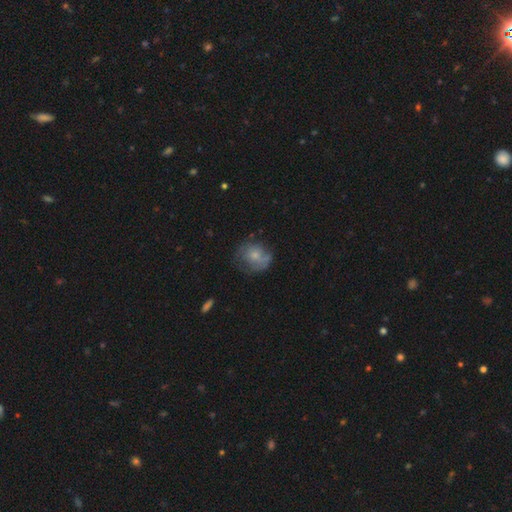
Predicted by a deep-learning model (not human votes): Smooth or featured: smooth — 50% (featured or disk — 42%)
How rounded: round — 69% (in between — 30%)
Merging: none — 52% (minor disturbance — 27%)